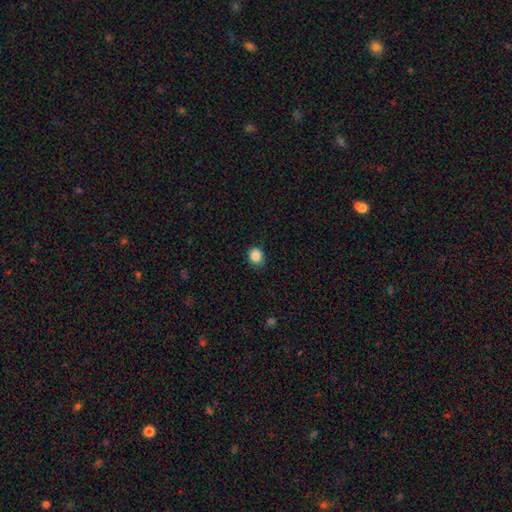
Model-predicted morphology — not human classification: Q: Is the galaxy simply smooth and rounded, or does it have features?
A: smooth — 87%.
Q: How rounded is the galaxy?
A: round — 66%.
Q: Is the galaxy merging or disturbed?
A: none — 76%.